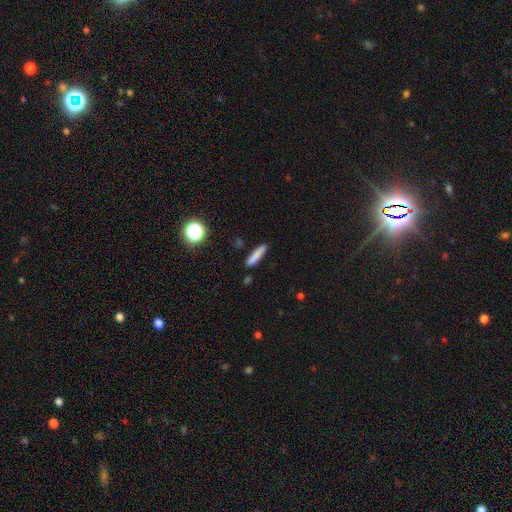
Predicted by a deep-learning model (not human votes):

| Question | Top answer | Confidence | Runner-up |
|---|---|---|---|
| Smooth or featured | smooth | 82% | featured or disk (9%) |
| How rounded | cigar-shaped | 84% | in between (14%) |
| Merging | none | 87% | minor disturbance (9%) |